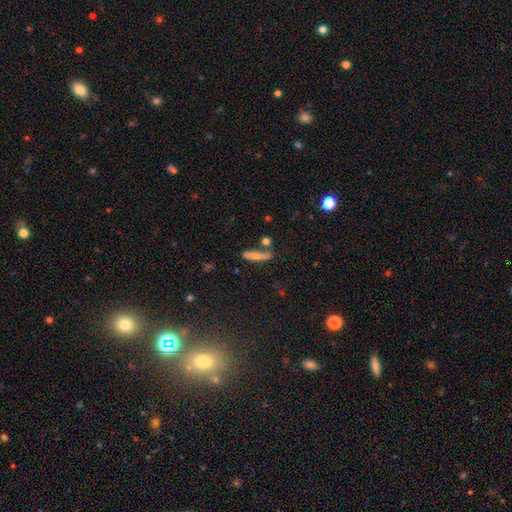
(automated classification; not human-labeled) A smooth galaxy with no disk features (61%) that is cigar-shaped (79%). Merging: none (64%).